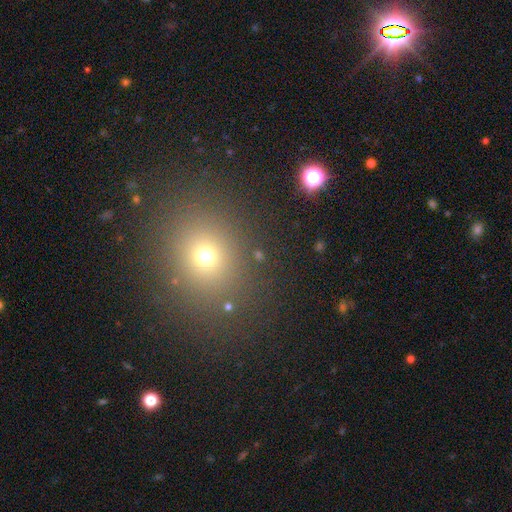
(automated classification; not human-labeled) Overall: smooth (66%). How rounded: round (65%; in between 34%). Merging: none (87%).